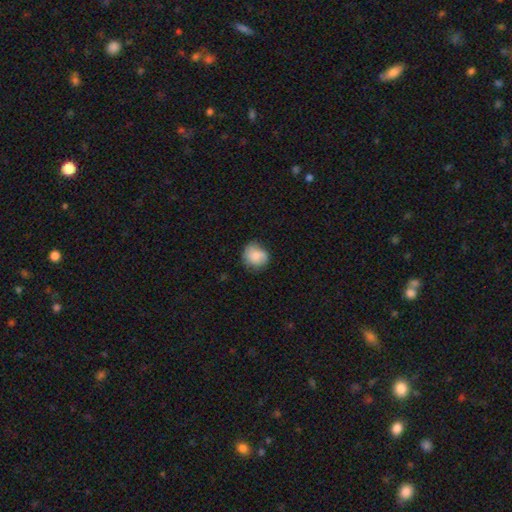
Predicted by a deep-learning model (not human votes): Q: Smooth or featured?
A: smooth (82%); runner-up: featured or disk (10%)
Q: How rounded?
A: round (78%); runner-up: in between (21%)
Q: Merging?
A: none (67%); runner-up: minor disturbance (25%)